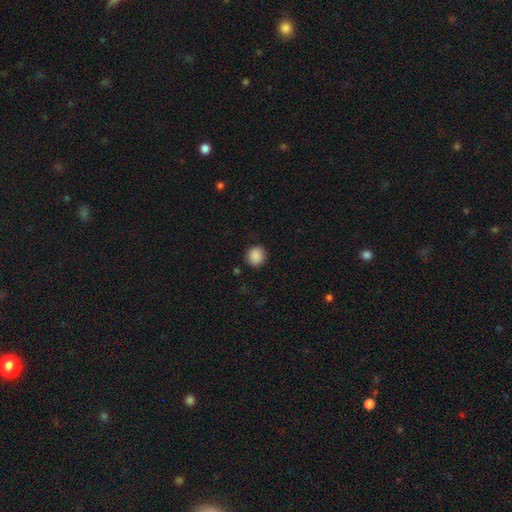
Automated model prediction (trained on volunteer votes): A smooth galaxy with no disk features (89%) that is round (89%). Merging: none (89%).